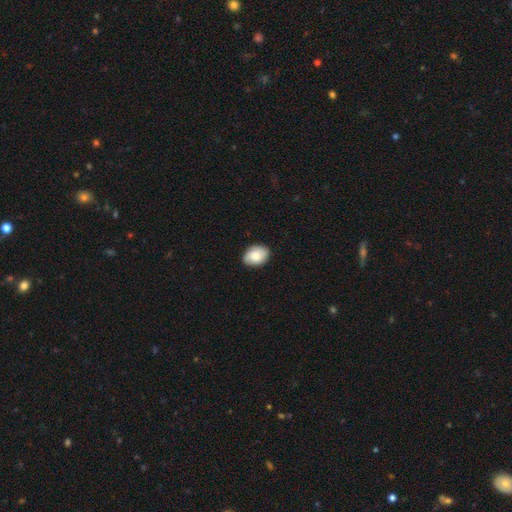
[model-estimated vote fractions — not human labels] This is likely a smooth galaxy (78%). How rounded: likely in between (76%). Merging: clearly none (84%).